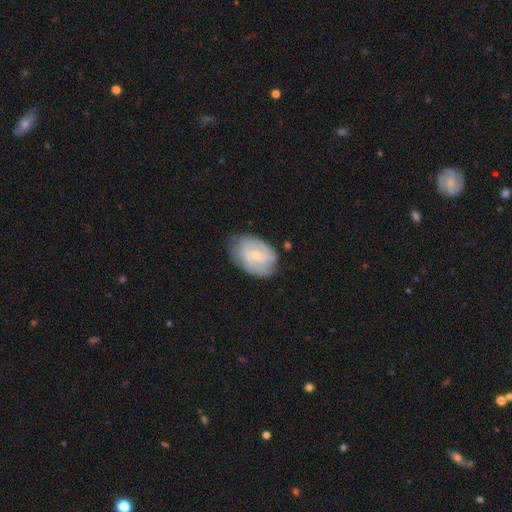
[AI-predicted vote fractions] smooth_or_featured: featured or disk (p=0.68) [alt: smooth p=0.26]
disk_edge_on: no (p=0.97) [alt: yes p=0.03]
bar: no (p=0.65) [alt: weak p=0.31]
has_spiral_arms: yes (p=0.87) [alt: no p=0.13]
spiral_winding: tight (p=0.55) [alt: medium p=0.34]
spiral_arm_count: can't tell (p=0.39) [alt: 2 p=0.25]
bulge_size: small (p=0.67) [alt: moderate p=0.29]
merging: none (p=0.72) [alt: minor disturbance p=0.21]